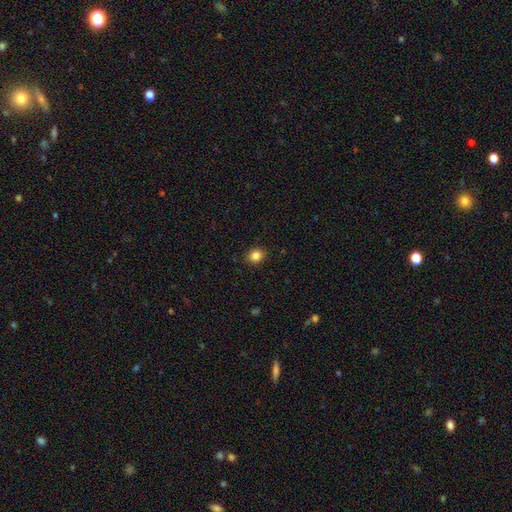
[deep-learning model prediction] Smooth or featured?
  - smooth: 85% *
  - star or artifact: 11%
  - featured or disk: 4%
How rounded?
  - round: 76% *
  - in between: 23%
  - cigar-shaped: 1%
Merging?
  - none: 90% *
  - minor disturbance: 7%
  - major disturbance: 2%
  - merger: 1%